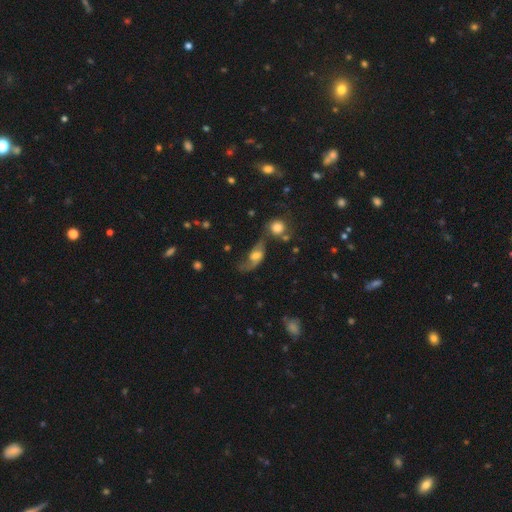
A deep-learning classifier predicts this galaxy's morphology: A featured or disk galaxy (57%) with no bar (60%), spiral arms (80%) and a moderate central bulge (56%).

Vote fractions:
- Smooth or featured? featured or disk: 57% / smooth: 32% / star or artifact: 11%
- Edge-on disk? no: 89% / yes: 11%
- Bar? no: 60% / weak: 32% / strong: 8%
- Spiral arms? yes: 80% / no: 20%
- Bulge size? moderate: 56% / large: 19% / small: 18% / none: 4% / dominant: 2%
- Merging? none: 32% / major disturbance: 29% / minor disturbance: 22% / merger: 17%